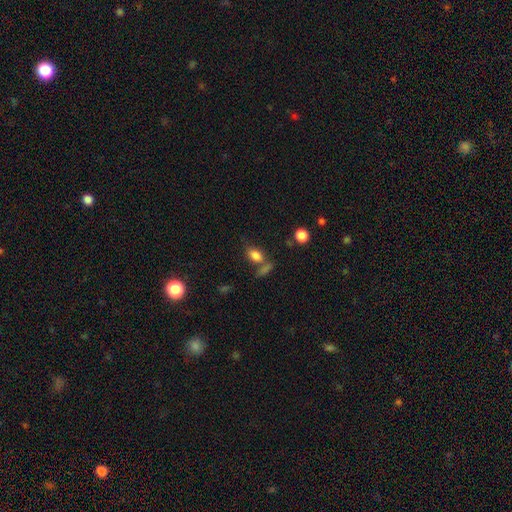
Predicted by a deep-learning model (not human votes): This appears to be a smooth galaxy with no disk features (80%) that is in between round and cigar-shaped (82%). Merging: none (54%).